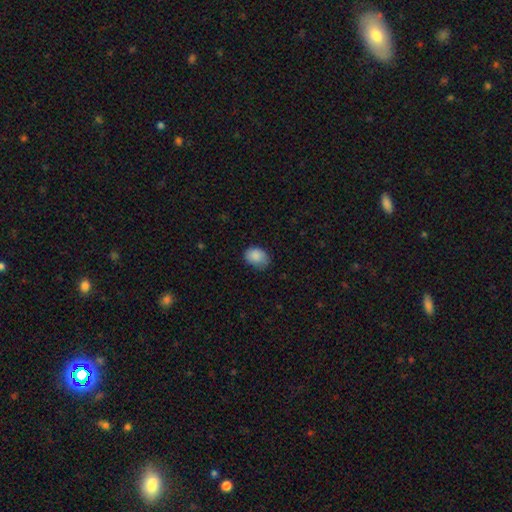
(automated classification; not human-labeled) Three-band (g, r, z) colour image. It shows a smooth galaxy with no disk features (87%) that is in between round and cigar-shaped (62%). Merging: none (64%).